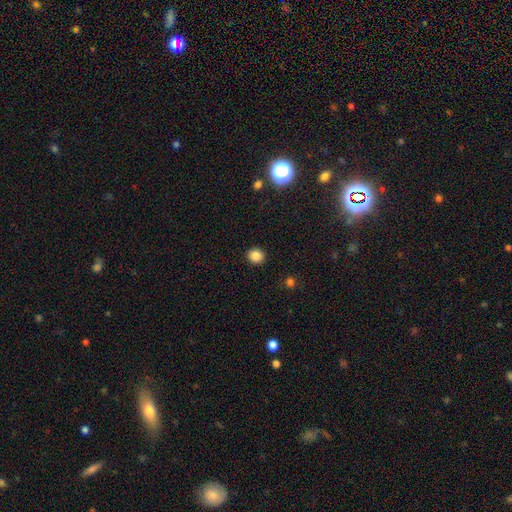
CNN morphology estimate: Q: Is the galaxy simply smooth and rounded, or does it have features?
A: smooth — 86%.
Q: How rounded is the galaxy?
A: round — 85%.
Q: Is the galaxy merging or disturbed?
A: none — 92%.